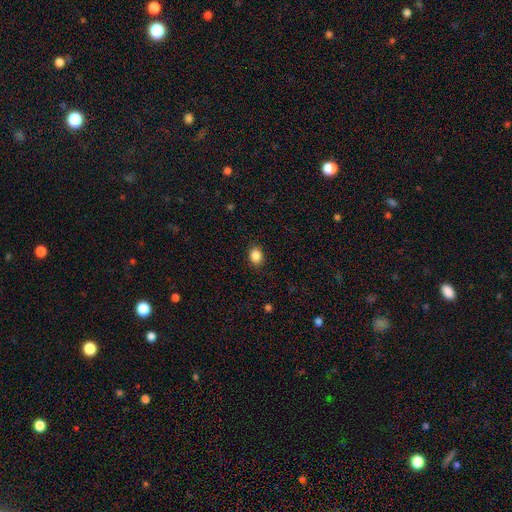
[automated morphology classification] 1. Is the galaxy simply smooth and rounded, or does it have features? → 87% smooth, 10% star or artifact, 3% featured or disk.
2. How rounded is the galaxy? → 53% in between, 46% round, 1% cigar-shaped.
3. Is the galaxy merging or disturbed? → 89% none, 8% minor disturbance, 2% major disturbance, 1% merger.